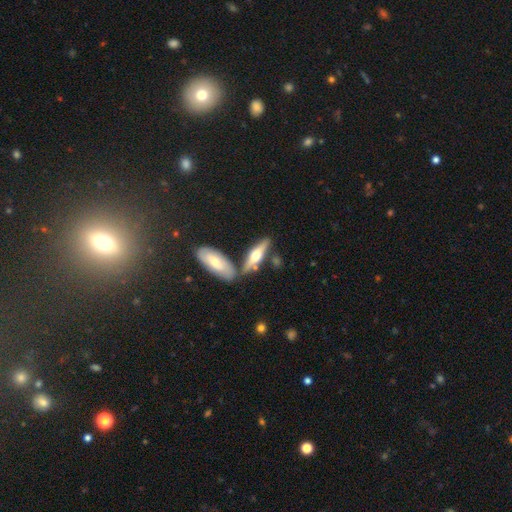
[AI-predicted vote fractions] Overall: featured or disk (51%; smooth 43%). Edge-on disk: yes (89%). Merging: none (65%).